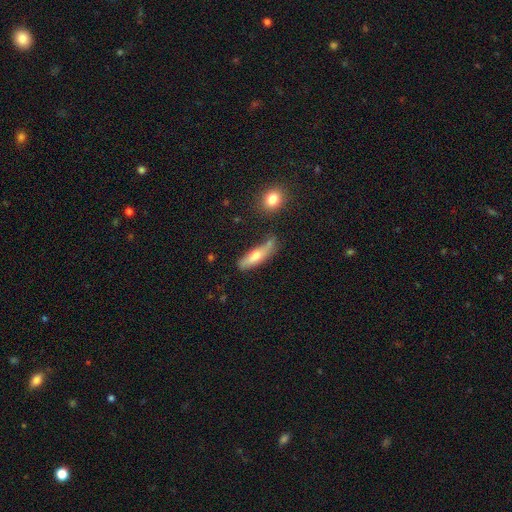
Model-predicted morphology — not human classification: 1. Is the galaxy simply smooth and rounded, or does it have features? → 62% smooth, 31% featured or disk, 7% star or artifact.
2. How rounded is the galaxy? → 68% cigar-shaped, 30% in between, 3% round.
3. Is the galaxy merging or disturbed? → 58% none, 24% minor disturbance, 9% merger, 8% major disturbance.